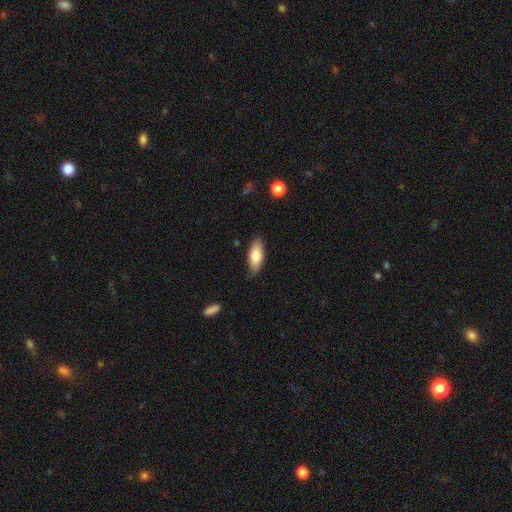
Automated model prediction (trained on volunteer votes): A smooth galaxy with no disk features (79%) that is in between round and cigar-shaped (80%).

Vote fractions:
- Smooth or featured? smooth: 79% / featured or disk: 15% / star or artifact: 6%
- How rounded? in between: 80% / cigar-shaped: 18% / round: 2%
- Merging? none: 80% / minor disturbance: 16% / major disturbance: 2% / merger: 1%